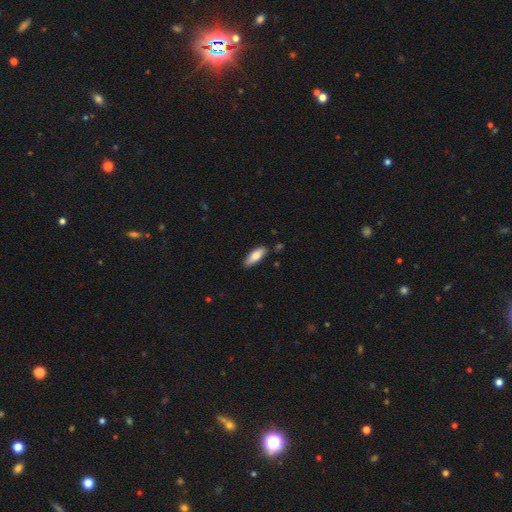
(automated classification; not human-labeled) Overall: smooth (82%). How rounded: in between (72%). Merging: none (83%).